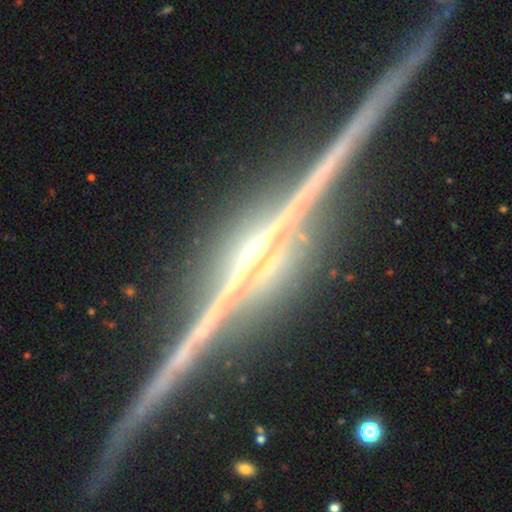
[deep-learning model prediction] The model was most divided on "edge-on bulge": rounded: 71%, none: 17%, boxy: 12%. More confident: edge-on disk — yes (98%); smooth or featured — featured or disk (89%); merging — none (89%).